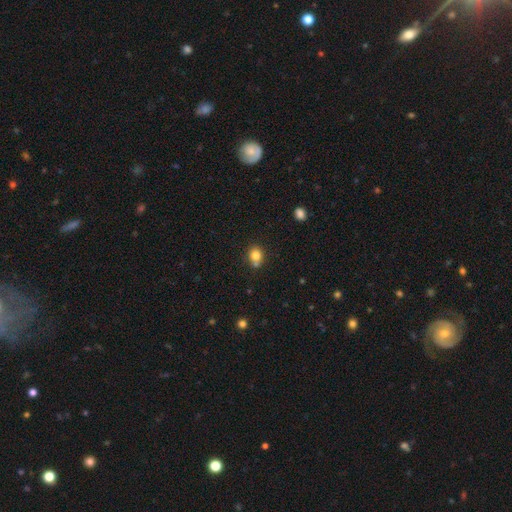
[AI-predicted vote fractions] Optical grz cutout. It shows a smooth galaxy with no disk features (81%) that is round (72%). Merging: none (61%).